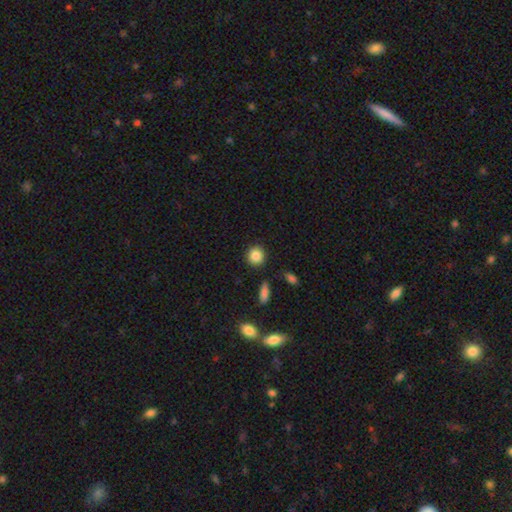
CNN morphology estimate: Q: Smooth or featured?
A: smooth (87%); runner-up: star or artifact (8%)
Q: How rounded?
A: round (86%); runner-up: in between (13%)
Q: Merging?
A: none (87%); runner-up: minor disturbance (8%)